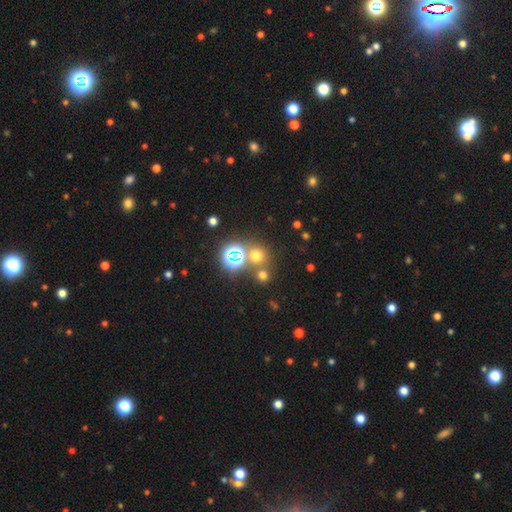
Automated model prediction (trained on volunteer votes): Smooth or featured? smooth (57%)
How rounded? round (88%)
Merging? none (70%)